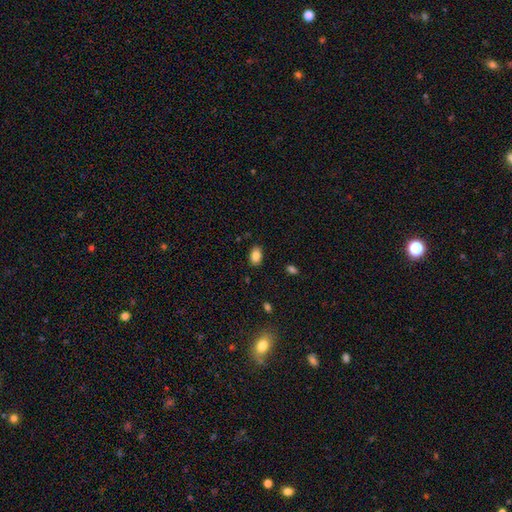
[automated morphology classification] This is clearly a smooth galaxy (85%). How rounded: clearly in between (88%). Merging: clearly none (86%).